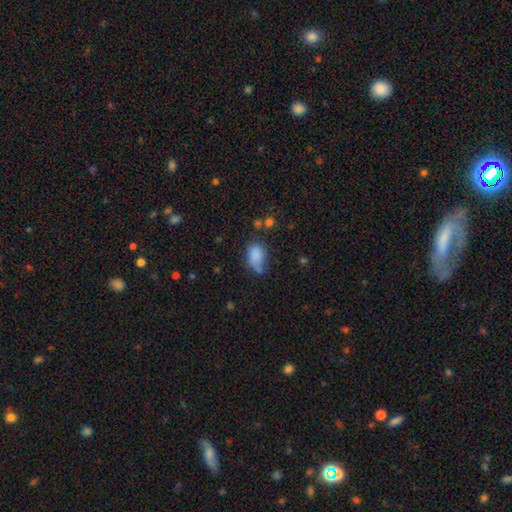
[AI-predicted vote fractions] smooth 82%, star or artifact 10%, featured or disk 8%. Down the decision tree: how rounded — in between (83%); merging — none (44%).